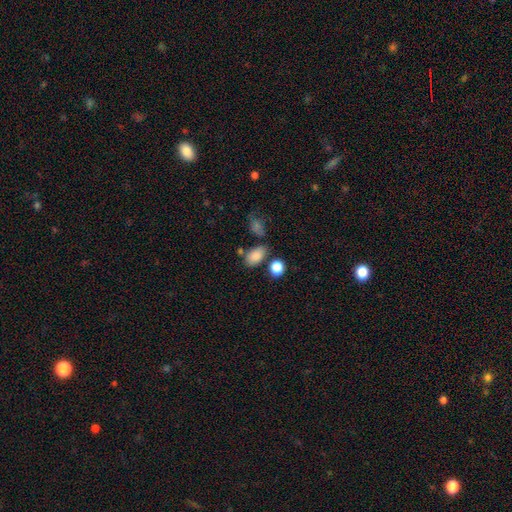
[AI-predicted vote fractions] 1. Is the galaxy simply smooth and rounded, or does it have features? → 84% smooth, 10% star or artifact, 6% featured or disk.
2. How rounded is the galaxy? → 87% in between, 12% round, 2% cigar-shaped.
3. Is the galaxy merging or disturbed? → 68% none, 16% minor disturbance, 12% merger, 5% major disturbance.